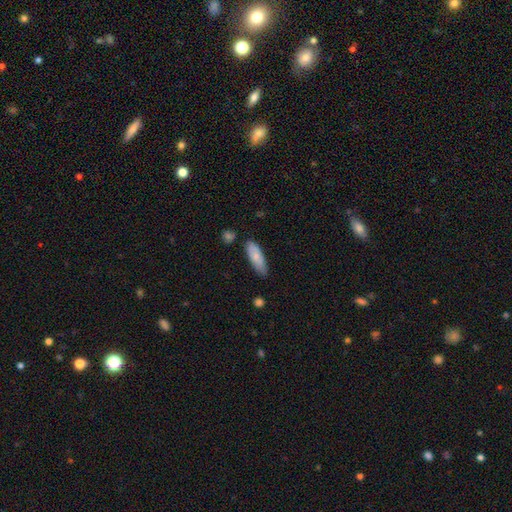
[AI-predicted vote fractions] Overall: smooth (75%). How rounded: in between (65%; cigar-shaped 33%). Merging: none (67%).